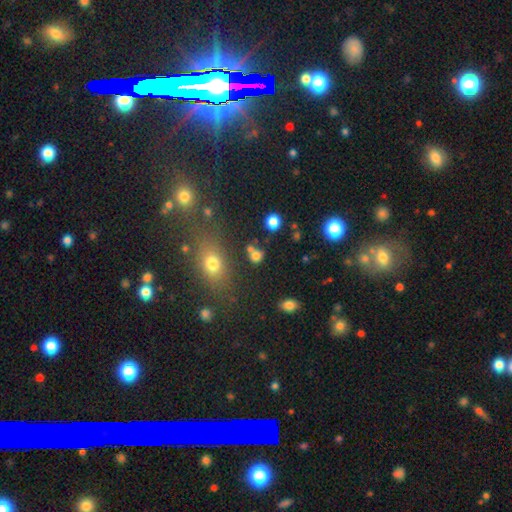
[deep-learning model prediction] Q: Smooth or featured?
A: smooth (75%); runner-up: star or artifact (16%)
Q: How rounded?
A: round (69%); runner-up: in between (29%)
Q: Merging?
A: none (56%); runner-up: merger (26%)